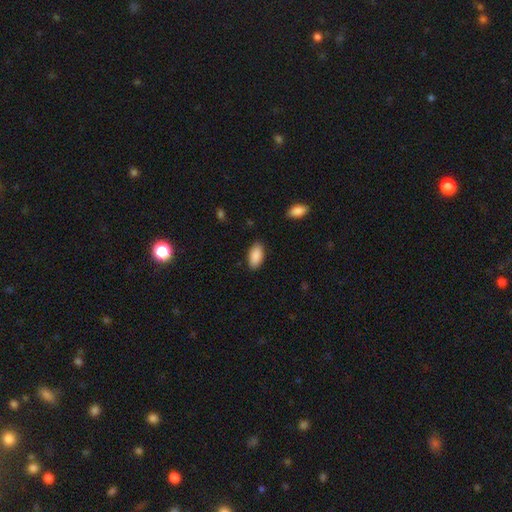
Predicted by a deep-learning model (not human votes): Smooth or featured? smooth (90%)
How rounded? in between (94%)
Merging? none (87%)